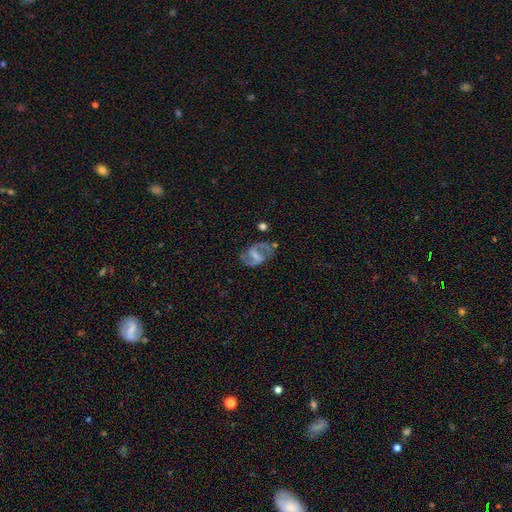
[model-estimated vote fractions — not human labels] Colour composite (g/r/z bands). It shows a featured or disk galaxy (84%) with a strong bar (44%), 2 (91%) medium (54%) spiral arms (93%) and a small central bulge (47%). Merging: none (70%).